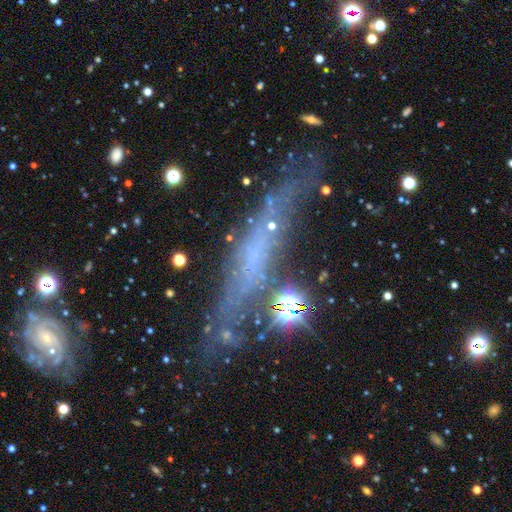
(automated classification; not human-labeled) This appears to be a featured or disk galaxy (55%) viewed edge-on (79%). Merging: none (69%).